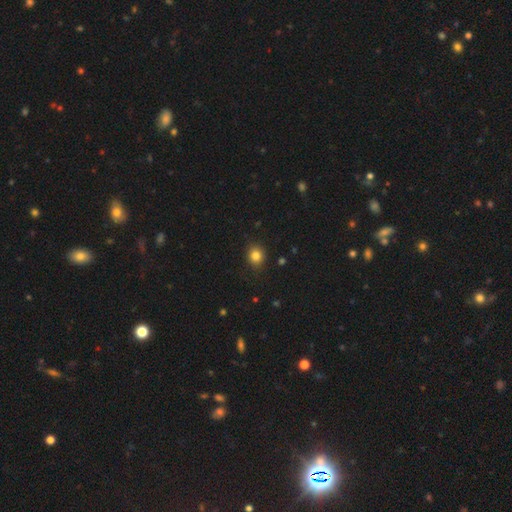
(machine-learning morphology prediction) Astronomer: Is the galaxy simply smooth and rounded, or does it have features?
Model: smooth — 83%.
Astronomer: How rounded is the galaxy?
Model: round — 77%.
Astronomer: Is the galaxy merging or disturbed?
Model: none — 88%.